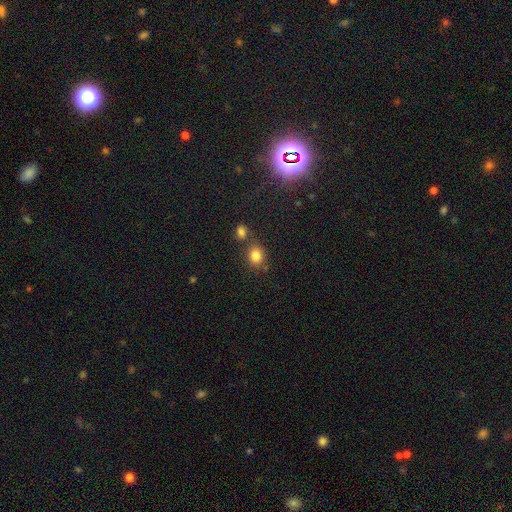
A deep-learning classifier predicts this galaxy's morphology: smooth_or_featured: smooth (p=0.82) [alt: star or artifact p=0.12]
how_rounded: round (p=0.69) [alt: in between p=0.30]
merging: none (p=0.66) [alt: merger p=0.18]